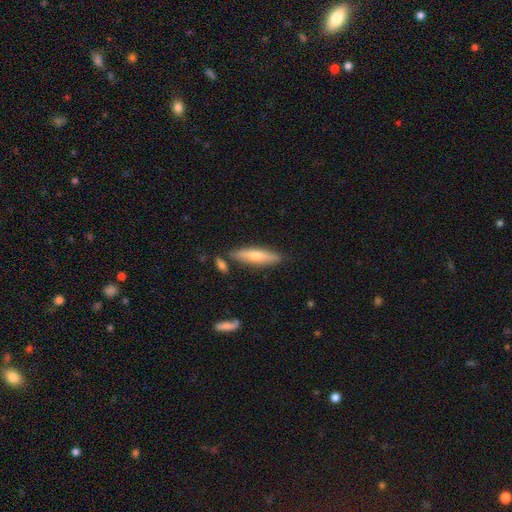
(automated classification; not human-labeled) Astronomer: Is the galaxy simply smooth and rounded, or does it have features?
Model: smooth — 55% (runner-up: featured or disk, 38%).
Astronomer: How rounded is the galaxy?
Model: cigar-shaped — 78%.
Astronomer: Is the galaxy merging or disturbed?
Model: none — 82%.